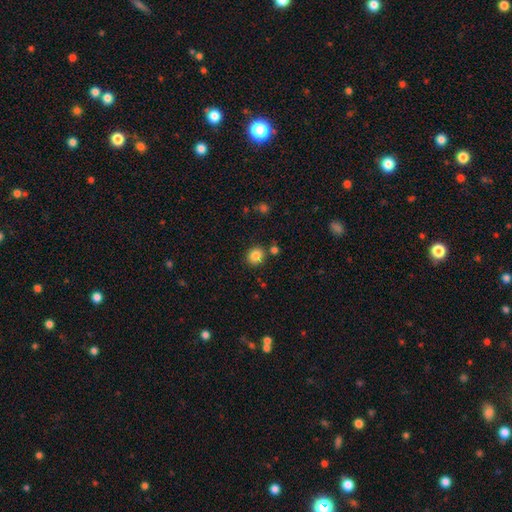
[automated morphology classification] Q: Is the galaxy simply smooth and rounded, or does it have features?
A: smooth — 85%.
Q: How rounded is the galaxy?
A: round — 87%.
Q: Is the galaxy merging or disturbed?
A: none — 84%.